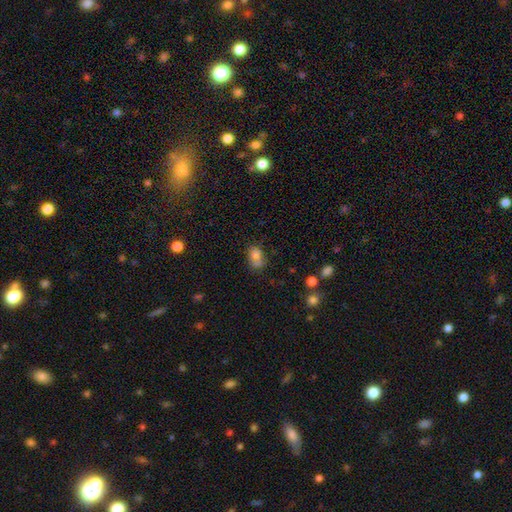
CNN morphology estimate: The model was most divided on "merging": none: 44%, minor disturbance: 25%, merger: 21%, major disturbance: 10%. More confident: smooth or featured — smooth (77%); how rounded — in between (71%).